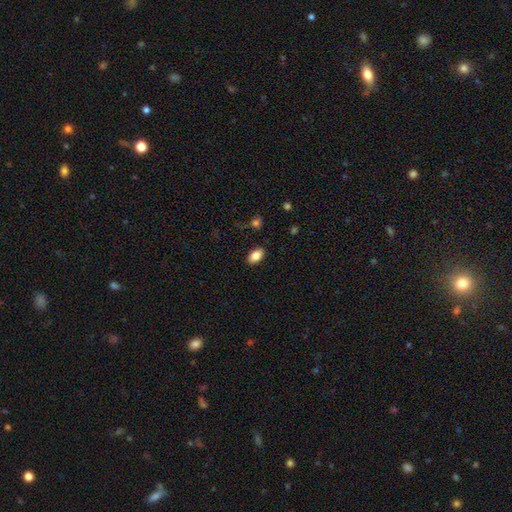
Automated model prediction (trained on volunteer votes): smooth 85%, star or artifact 8%, featured or disk 7%. Down the decision tree: how rounded — in between (92%); merging — none (87%).